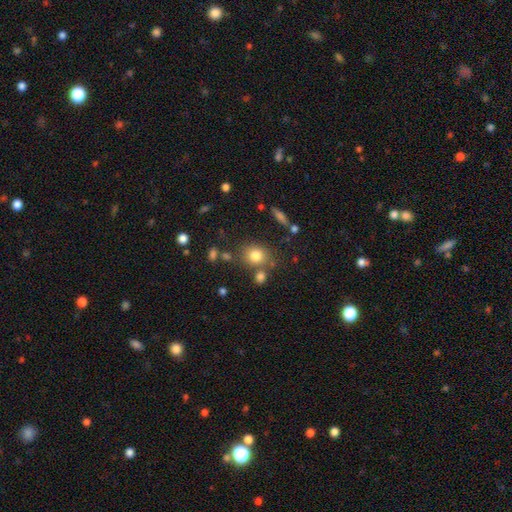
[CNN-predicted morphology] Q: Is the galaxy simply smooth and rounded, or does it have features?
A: smooth — 78%.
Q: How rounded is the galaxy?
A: round — 73%.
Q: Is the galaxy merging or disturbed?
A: none — 71%.